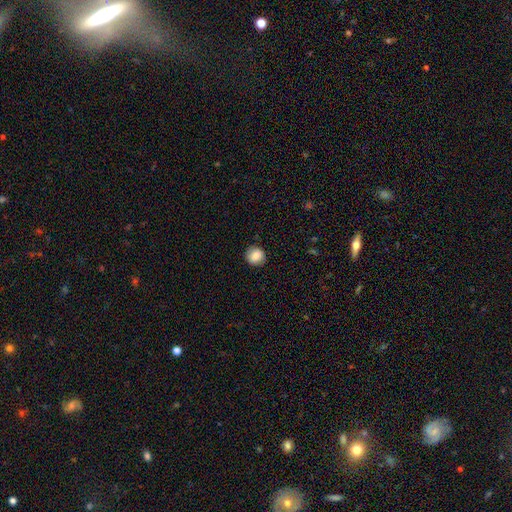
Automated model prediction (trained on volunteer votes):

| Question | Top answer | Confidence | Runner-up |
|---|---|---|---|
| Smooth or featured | smooth | 84% | star or artifact (9%) |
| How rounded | round | 87% | in between (12%) |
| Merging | none | 88% | minor disturbance (9%) |